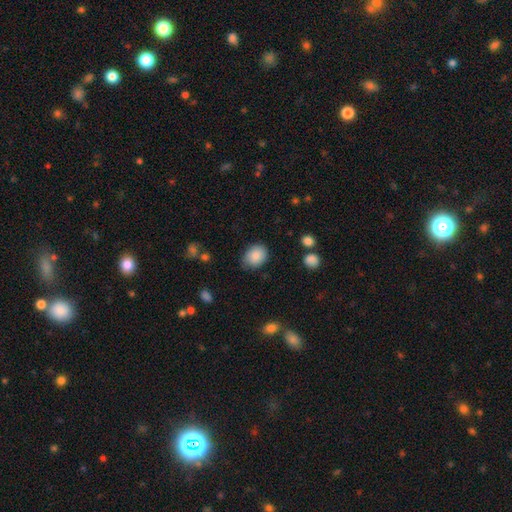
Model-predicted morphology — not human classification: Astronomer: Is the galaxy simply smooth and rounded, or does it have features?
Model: smooth — 86%.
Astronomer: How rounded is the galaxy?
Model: in between — 61% (runner-up: round, 38%).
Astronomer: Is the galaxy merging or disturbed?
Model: none — 70%.